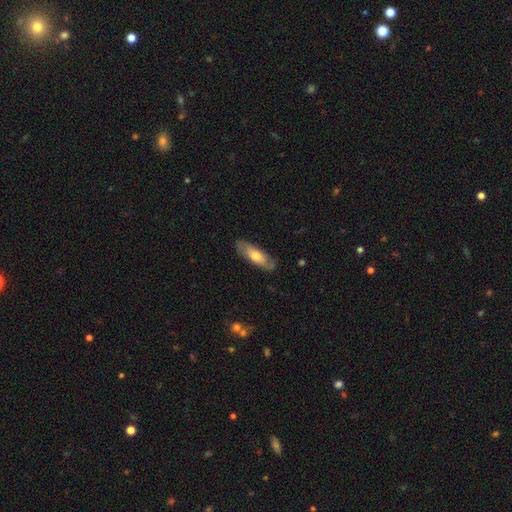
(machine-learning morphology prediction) This appears to be a smooth galaxy with no disk features (54%) that is in between round and cigar-shaped (54%). Merging: none (81%).